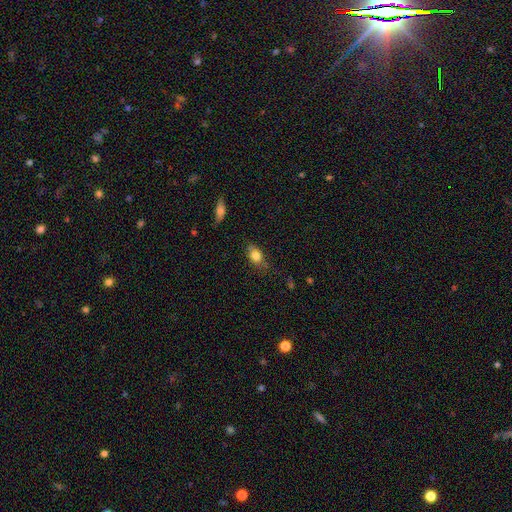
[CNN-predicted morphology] A smooth galaxy with no disk features (79%) that is in between round and cigar-shaped (75%).

Vote fractions:
- Smooth or featured? smooth: 79% / featured or disk: 13% / star or artifact: 8%
- How rounded? in between: 75% / round: 19% / cigar-shaped: 6%
- Merging? none: 71% / minor disturbance: 23% / major disturbance: 5% / merger: 2%